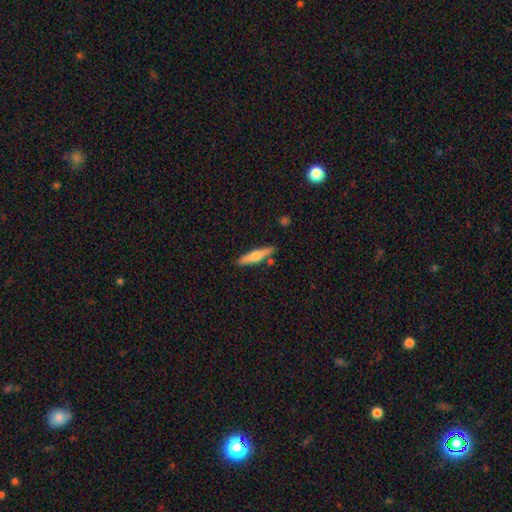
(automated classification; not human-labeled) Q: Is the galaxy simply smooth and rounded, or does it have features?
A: smooth — 58%.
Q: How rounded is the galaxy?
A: cigar-shaped — 84%.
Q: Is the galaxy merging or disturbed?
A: none — 84%.